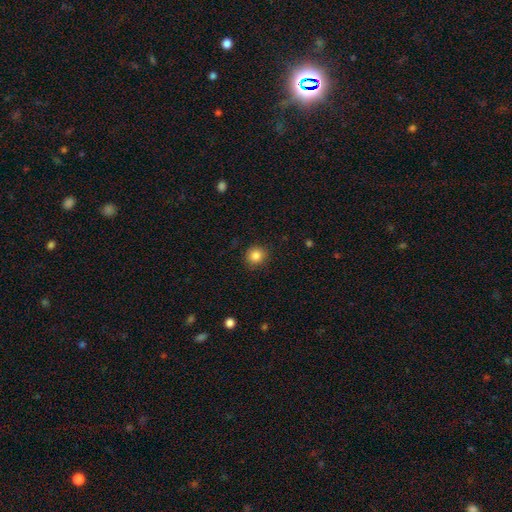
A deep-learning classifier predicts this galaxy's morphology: Smooth or featured: smooth — 85% (star or artifact — 10%)
How rounded: round — 89% (in between — 10%)
Merging: none — 88% (minor disturbance — 9%)